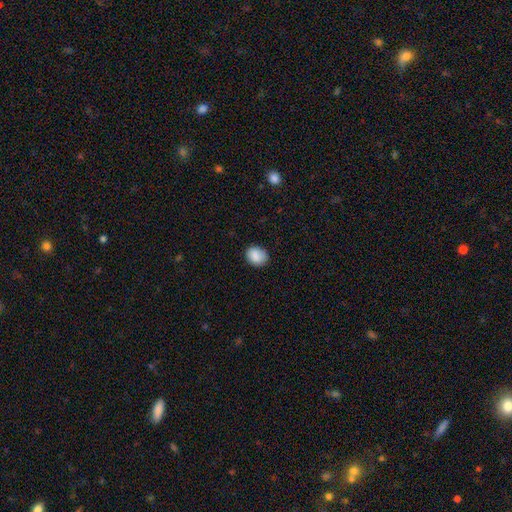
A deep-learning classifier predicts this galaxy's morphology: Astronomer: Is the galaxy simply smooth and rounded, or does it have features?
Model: smooth — 88%.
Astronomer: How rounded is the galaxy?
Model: round — 58% (runner-up: in between, 41%).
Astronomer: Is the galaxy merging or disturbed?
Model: none — 83%.